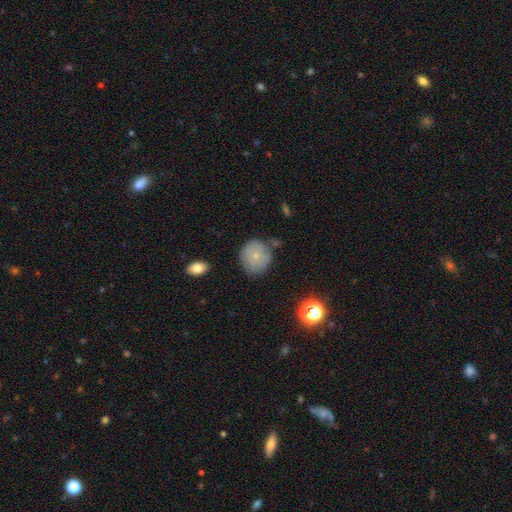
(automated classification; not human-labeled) Q: Smooth or featured?
A: smooth (71%); runner-up: featured or disk (21%)
Q: How rounded?
A: round (81%); runner-up: in between (18%)
Q: Merging?
A: none (68%); runner-up: minor disturbance (22%)